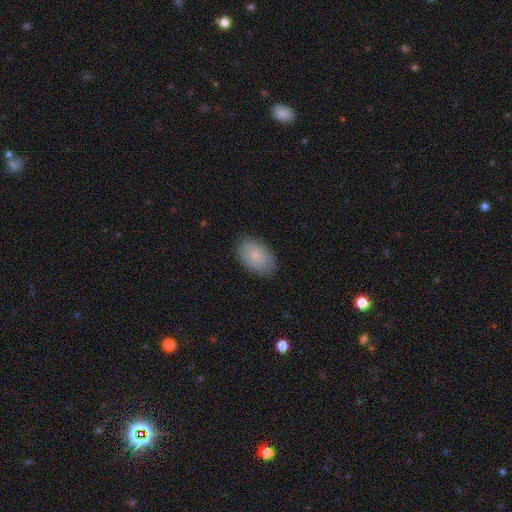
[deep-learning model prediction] The model was most divided on "smooth or featured": smooth: 73%, featured or disk: 20%, star or artifact: 7%. More confident: how rounded — in between (89%); merging — none (82%).